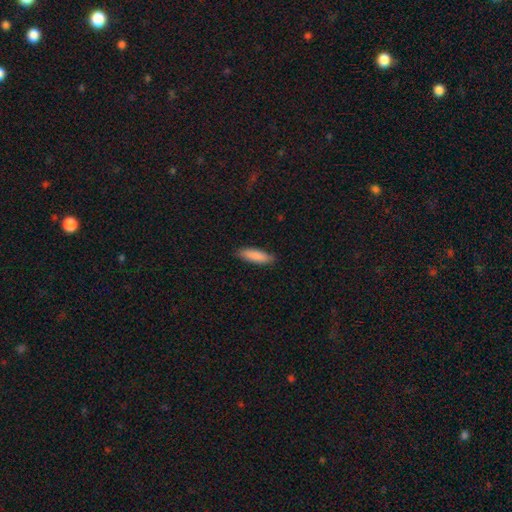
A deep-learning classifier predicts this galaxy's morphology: smooth-or-featured: smooth: 88% | featured or disk: 6% | star or artifact: 6%
  how-rounded: cigar-shaped: 54% | in between: 45% | round: 1%
  merging: none: 86% | minor disturbance: 11% | major disturbance: 2% | merger: 1%